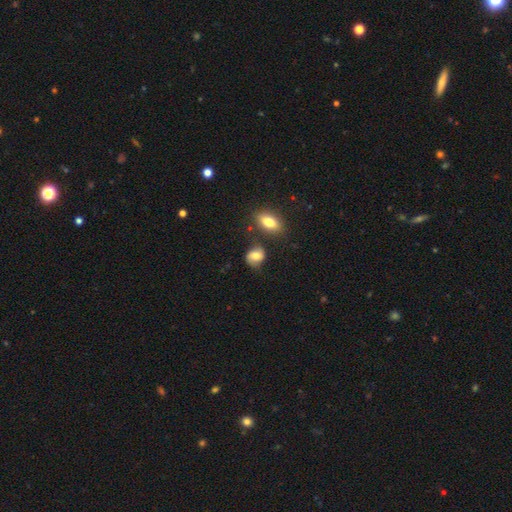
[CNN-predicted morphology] Overall: smooth (66%). How rounded: in between (52%; round 46%). Merging: none (62%; minor disturbance 23%).